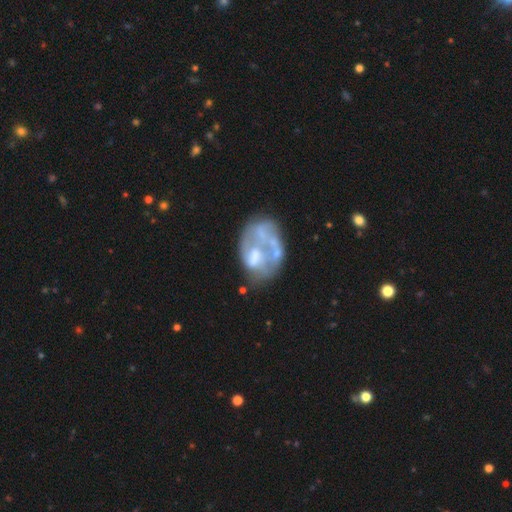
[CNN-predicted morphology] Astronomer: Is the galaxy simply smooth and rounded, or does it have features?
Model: featured or disk — 66%.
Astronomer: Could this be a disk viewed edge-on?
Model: no — 98%.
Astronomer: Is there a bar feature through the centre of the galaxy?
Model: no — 83%.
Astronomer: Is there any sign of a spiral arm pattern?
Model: no — 79%.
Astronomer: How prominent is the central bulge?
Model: none — 46% (runner-up: moderate, 28%).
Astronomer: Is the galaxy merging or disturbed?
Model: none — 37% (runner-up: major disturbance, 25%).